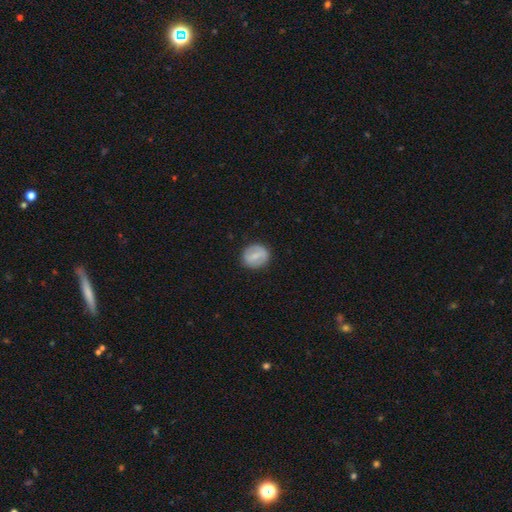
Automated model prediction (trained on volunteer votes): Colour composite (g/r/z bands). It shows a smooth galaxy with no disk features (55%) that is round (76%). Merging: none (87%).